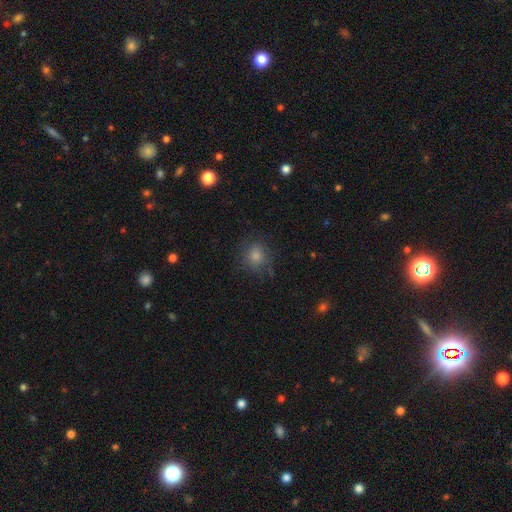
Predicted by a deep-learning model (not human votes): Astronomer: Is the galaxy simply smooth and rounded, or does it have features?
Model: smooth — 69%.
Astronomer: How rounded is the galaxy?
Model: round — 85%.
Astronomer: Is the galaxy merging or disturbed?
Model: none — 79%.